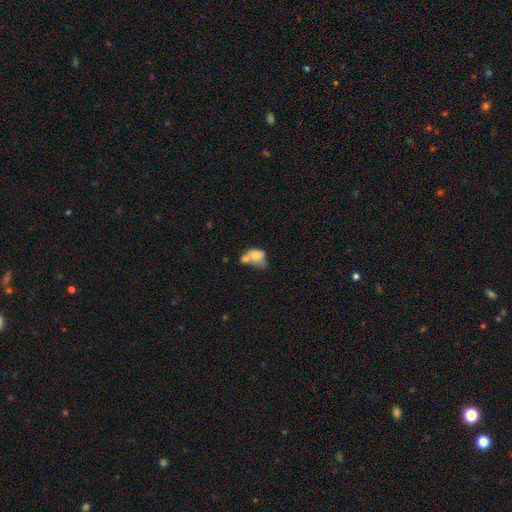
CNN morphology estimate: The model was most divided on "merging": merger: 57%, none: 17%, minor disturbance: 14%, major disturbance: 12%. More confident: how rounded — in between (73%); smooth or featured — smooth (66%).